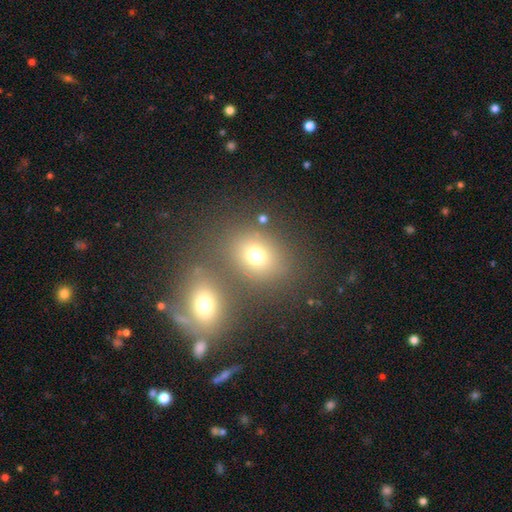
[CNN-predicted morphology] A smooth galaxy with no disk features (73%) that is round (59%).

Vote fractions:
- Smooth or featured? smooth: 73% / star or artifact: 16% / featured or disk: 12%
- How rounded? round: 59% / in between: 39% / cigar-shaped: 1%
- Merging? none: 63% / merger: 23% / minor disturbance: 9% / major disturbance: 5%